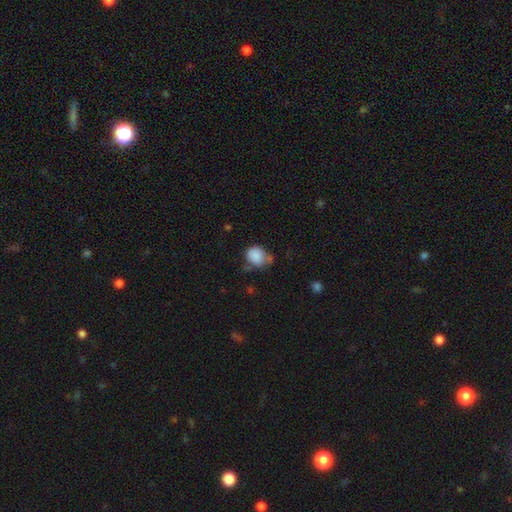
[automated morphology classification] Smooth or featured?
  - smooth: 84% *
  - star or artifact: 9%
  - featured or disk: 7%
How rounded?
  - round: 63% *
  - in between: 36%
  - cigar-shaped: 1%
Merging?
  - none: 48% *
  - minor disturbance: 32%
  - major disturbance: 10%
  - merger: 10%